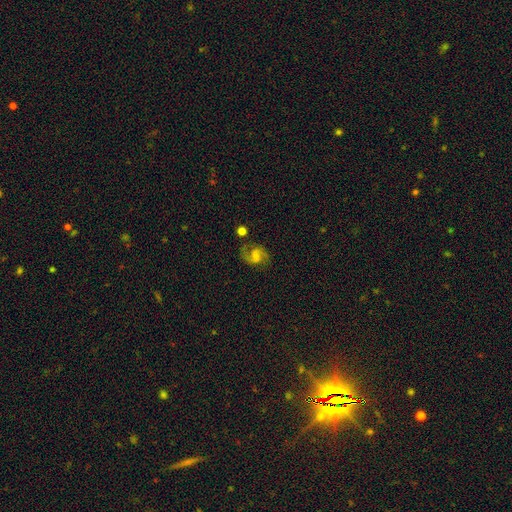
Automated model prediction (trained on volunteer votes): Smooth or featured? Predicted: featured or disk (p=0.82). Edge-on disk? Predicted: no (p=0.98). Bar? Predicted: weak (p=0.53). Spiral arms? Predicted: yes (p=0.97). Spiral winding? Predicted: medium (p=0.58). Spiral arm count? Predicted: 2 (p=0.93). Bulge size? Predicted: small (p=0.42). Merging? Predicted: none (p=0.78).